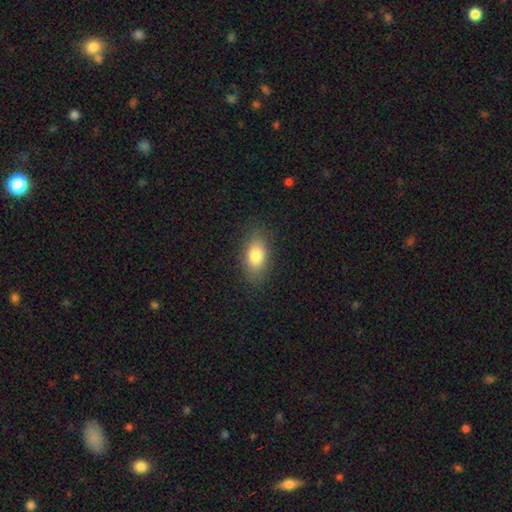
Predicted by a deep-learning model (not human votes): A smooth galaxy with no disk features (80%) that is in between round and cigar-shaped (88%).

Vote fractions:
- Smooth or featured? smooth: 80% / featured or disk: 11% / star or artifact: 8%
- How rounded? in between: 88% / round: 8% / cigar-shaped: 4%
- Merging? none: 85% / minor disturbance: 11% / major disturbance: 3% / merger: 1%